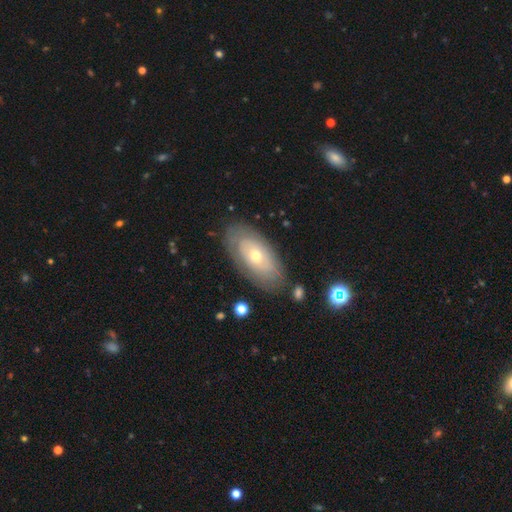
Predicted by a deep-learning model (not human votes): Smooth or featured? Predicted: featured or disk (p=0.55). Edge-on disk? Predicted: no (p=0.87). Merging? Predicted: none (p=0.80).